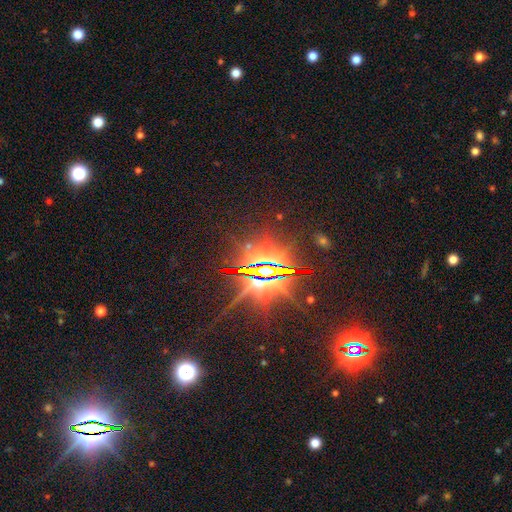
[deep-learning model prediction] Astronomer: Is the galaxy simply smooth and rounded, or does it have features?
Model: star or artifact — 84%.